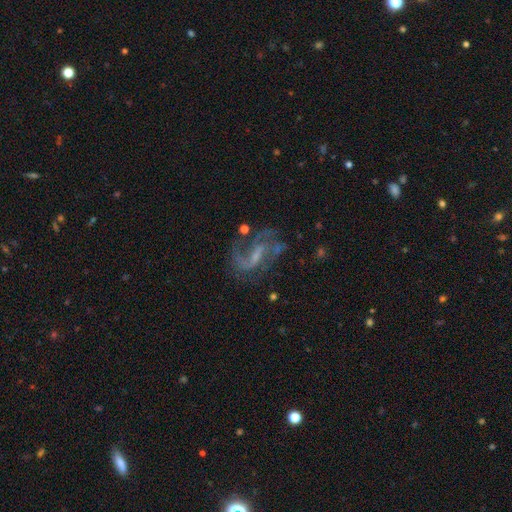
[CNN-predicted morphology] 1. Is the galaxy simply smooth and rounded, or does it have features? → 80% featured or disk, 11% star or artifact, 9% smooth.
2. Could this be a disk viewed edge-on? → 96% no, 4% yes.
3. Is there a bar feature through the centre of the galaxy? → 49% weak, 26% no, 25% strong.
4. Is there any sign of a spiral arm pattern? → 89% yes, 11% no.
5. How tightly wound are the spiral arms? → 48% loose, 40% medium, 13% tight.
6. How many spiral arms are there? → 61% 2, 15% 1, 12% can't tell, 7% 3, 3% 4, 2% more than 4.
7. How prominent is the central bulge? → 43% small, 33% none, 20% moderate, 2% large, 1% dominant.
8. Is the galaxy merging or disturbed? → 53% none, 24% major disturbance, 18% minor disturbance, 5% merger.